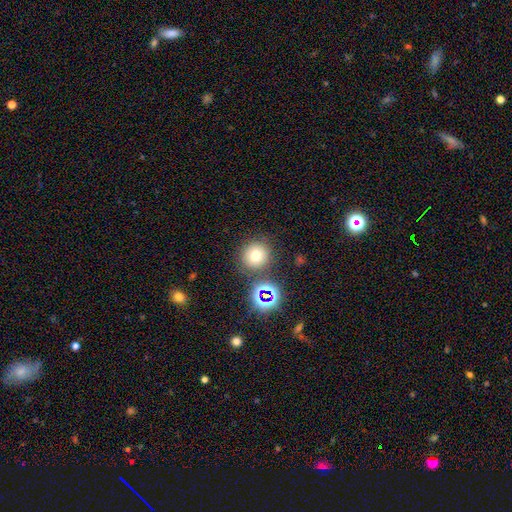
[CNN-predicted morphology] smooth 69%, star or artifact 21%, featured or disk 11%. Down the decision tree: how rounded — round (93%); merging — none (81%).